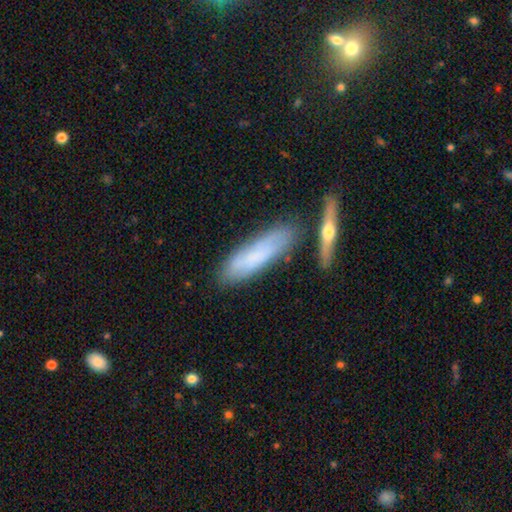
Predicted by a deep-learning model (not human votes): This appears to be a smooth galaxy with no disk features (63%) that is cigar-shaped (63%). Merging: none (70%).